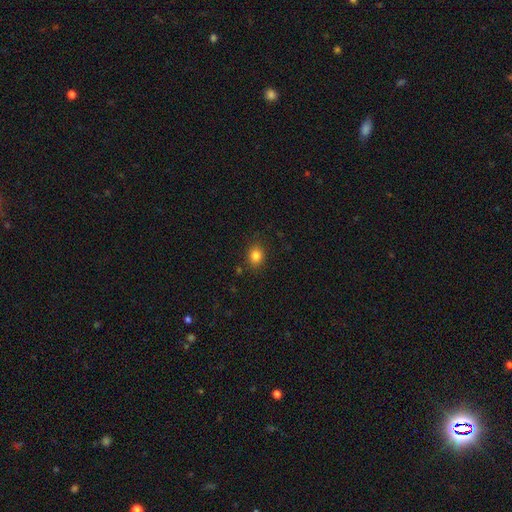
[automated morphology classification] Smooth or featured: smooth — 83% (star or artifact — 11%)
How rounded: round — 60% (in between — 39%)
Merging: none — 86% (minor disturbance — 9%)